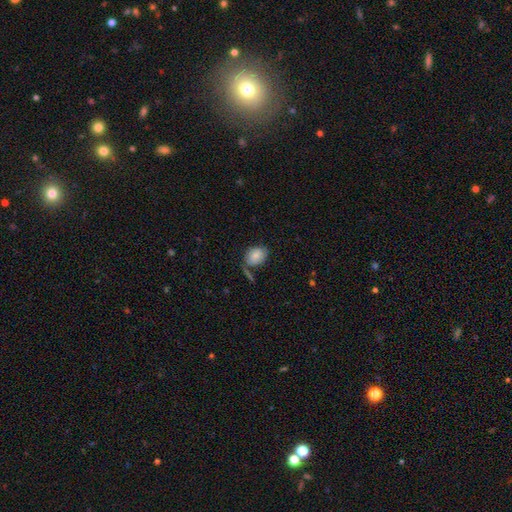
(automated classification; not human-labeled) A smooth galaxy with no disk features (78%) that is in between round and cigar-shaped (67%). Merging: none (58%).